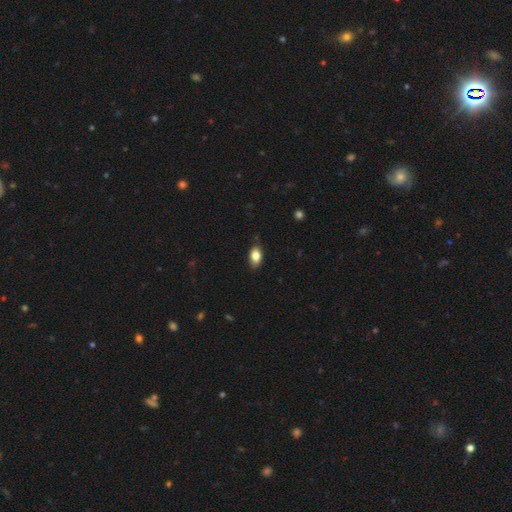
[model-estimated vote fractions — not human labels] Smooth or featured? Predicted: smooth (p=0.81). How rounded? Predicted: in between (p=0.87). Merging? Predicted: none (p=0.81).